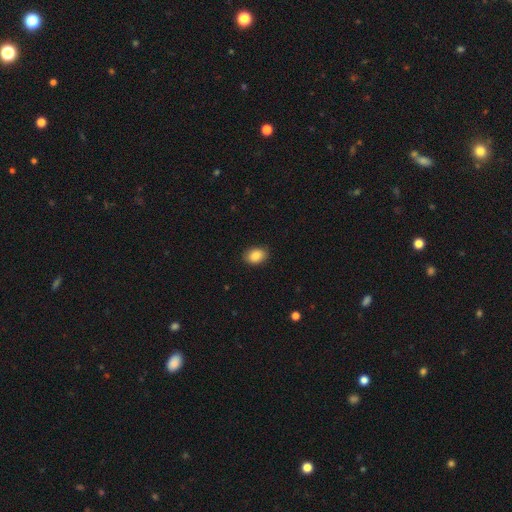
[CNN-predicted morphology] smooth_or_featured: smooth (p=0.88) [alt: star or artifact p=0.08]
how_rounded: in between (p=0.76) [alt: round p=0.23]
merging: none (p=0.88) [alt: minor disturbance p=0.09]